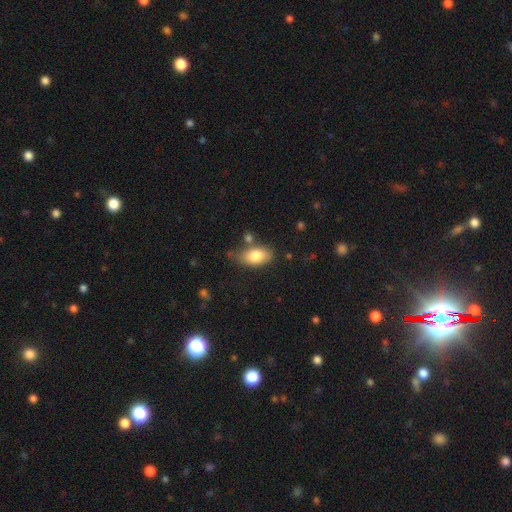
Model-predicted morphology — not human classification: Smooth or featured?
  - smooth: 80% *
  - featured or disk: 13%
  - star or artifact: 7%
How rounded?
  - in between: 91% *
  - round: 5%
  - cigar-shaped: 4%
Merging?
  - none: 67% *
  - minor disturbance: 20%
  - merger: 8%
  - major disturbance: 5%